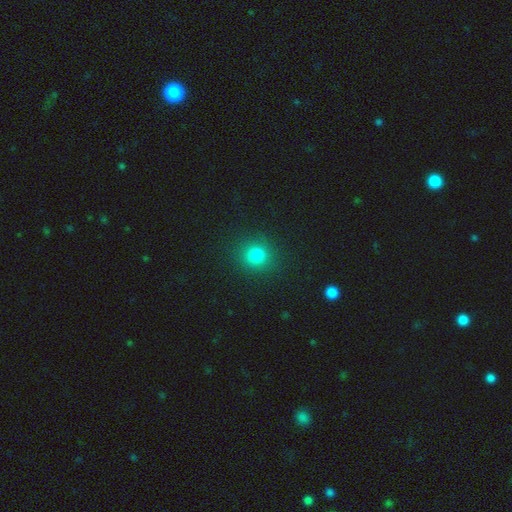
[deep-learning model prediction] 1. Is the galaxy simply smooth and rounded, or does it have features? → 80% smooth, 15% star or artifact, 5% featured or disk.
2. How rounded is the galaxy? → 87% round, 12% in between, 1% cigar-shaped.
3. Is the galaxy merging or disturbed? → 88% none, 7% minor disturbance, 3% major disturbance, 2% merger.